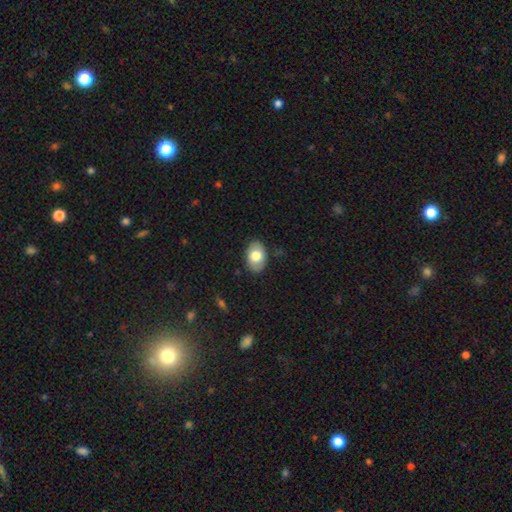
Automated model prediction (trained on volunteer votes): A smooth galaxy with no disk features (73%) that is in between round and cigar-shaped (85%).

Vote fractions:
- Smooth or featured? smooth: 73% / featured or disk: 21% / star or artifact: 6%
- How rounded? in between: 85% / round: 14% / cigar-shaped: 1%
- Merging? none: 86% / minor disturbance: 11% / major disturbance: 2% / merger: 1%